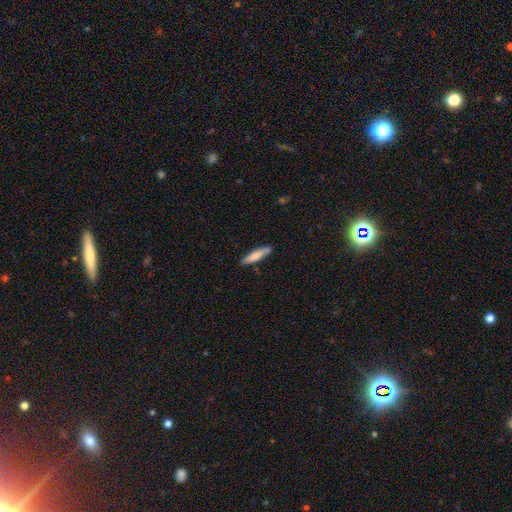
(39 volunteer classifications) Smooth or featured: smooth — 85% (featured or disk — 13%)
How rounded: cigar-shaped — 85% (in between — 15%)
Merging: none — 95% (minor disturbance — 5%)